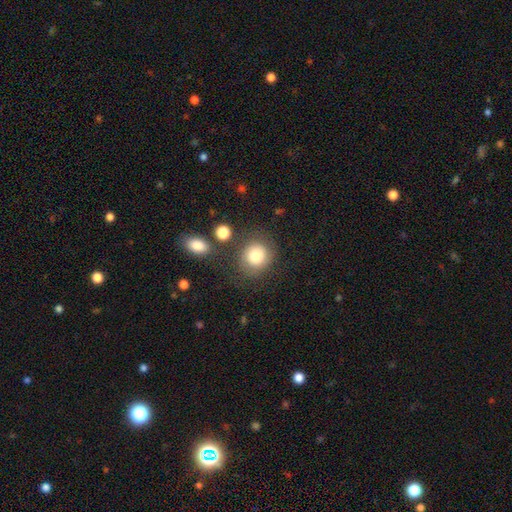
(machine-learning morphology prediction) Smooth or featured: smooth — 78% (featured or disk — 12%)
How rounded: round — 80% (in between — 19%)
Merging: none — 76% (minor disturbance — 13%)